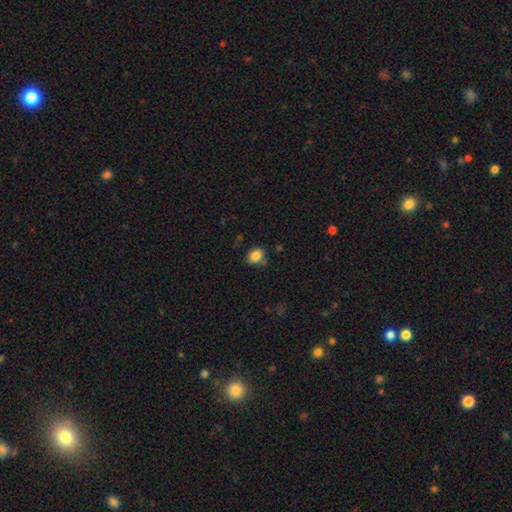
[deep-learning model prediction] The model was most divided on "how rounded": in between: 70%, round: 29%, cigar-shaped: 1%. More confident: smooth or featured — smooth (85%); merging — none (73%).